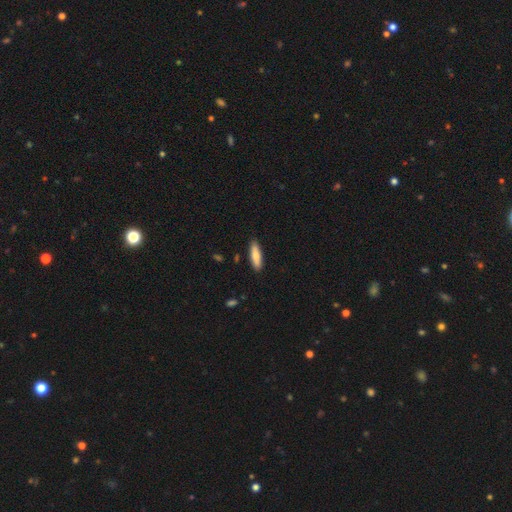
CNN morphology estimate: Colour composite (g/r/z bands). It shows a smooth galaxy with no disk features (76%) that is cigar-shaped (59%). Merging: none (88%).